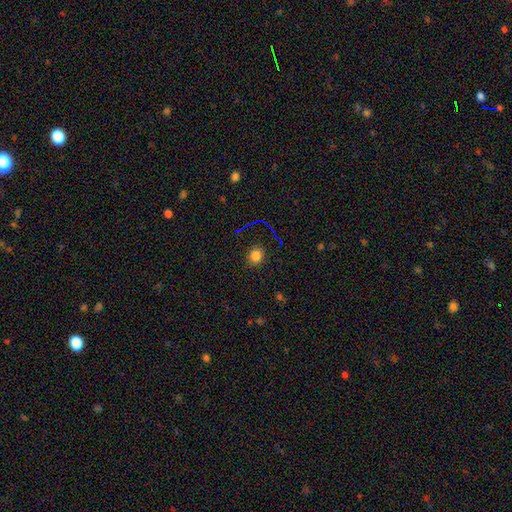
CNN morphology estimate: A smooth galaxy with no disk features (78%) that is round (72%). Merging: none (87%).